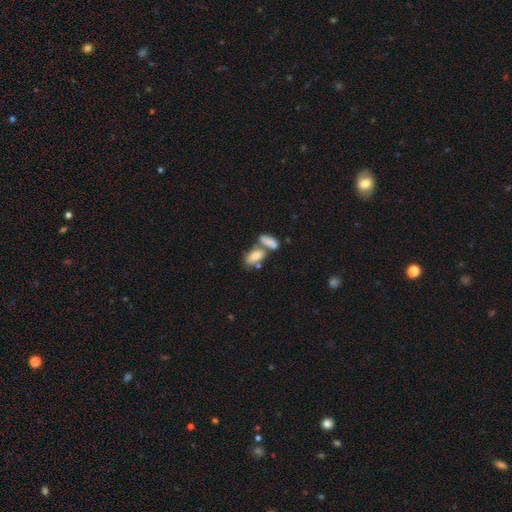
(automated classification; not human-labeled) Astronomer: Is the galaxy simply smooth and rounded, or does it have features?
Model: smooth — 75%.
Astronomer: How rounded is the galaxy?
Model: in between — 89%.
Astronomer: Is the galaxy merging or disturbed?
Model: merger — 55%.